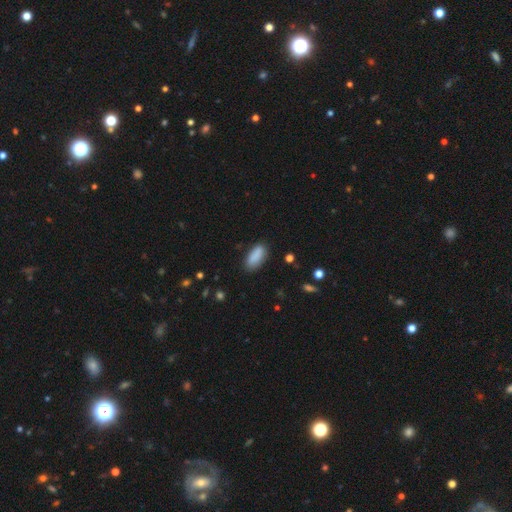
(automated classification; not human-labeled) Smooth or featured? Predicted: smooth (p=0.88). How rounded? Predicted: in between (p=0.85). Merging? Predicted: none (p=0.79).